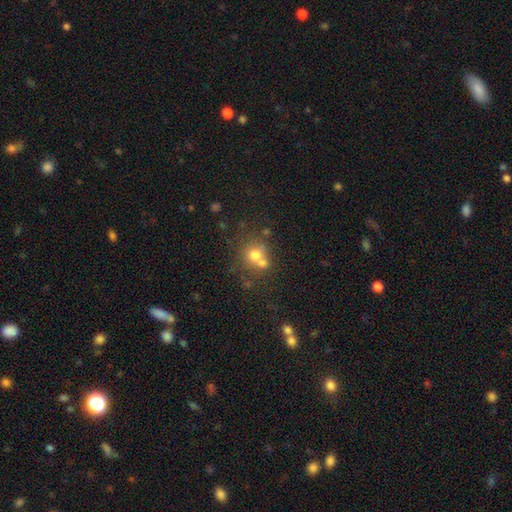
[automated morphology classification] type=smooth (68%); roundness=round (81%); merging=none (44%).